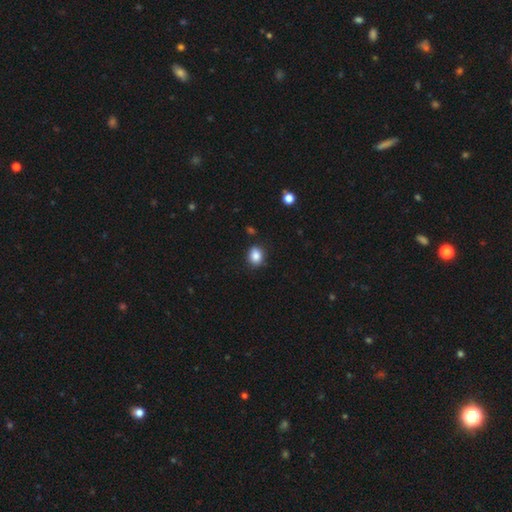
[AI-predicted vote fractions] Overall: smooth (86%). How rounded: in between (55%; round 44%). Merging: none (84%).